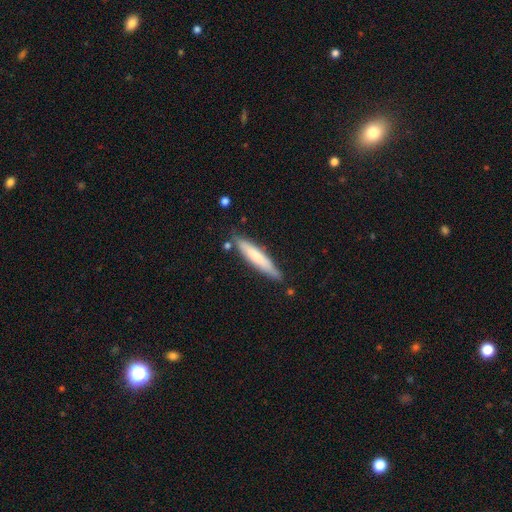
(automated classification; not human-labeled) Q: Smooth or featured?
A: smooth (66%); runner-up: featured or disk (29%)
Q: How rounded?
A: cigar-shaped (90%); runner-up: in between (9%)
Q: Merging?
A: none (80%); runner-up: minor disturbance (15%)